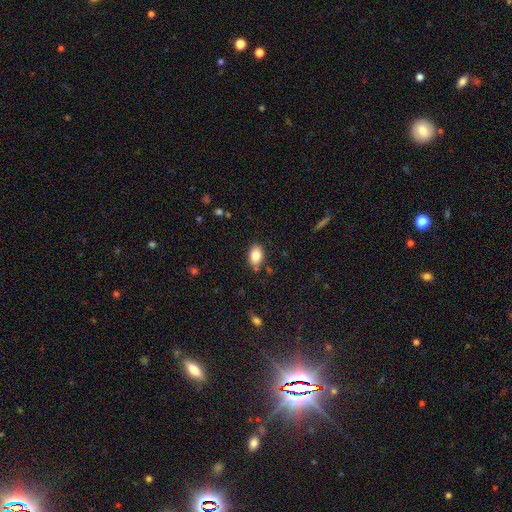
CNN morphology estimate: type=smooth (83%); roundness=in between (89%); merging=none (81%).